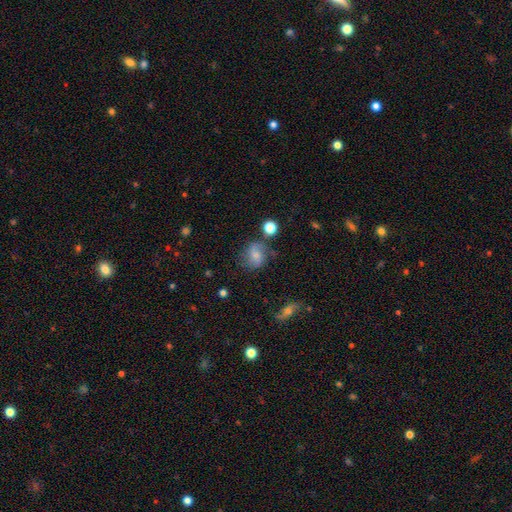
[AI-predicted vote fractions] This appears to be a smooth galaxy with no disk features (61%) that is round (58%). Merging: none (59%).